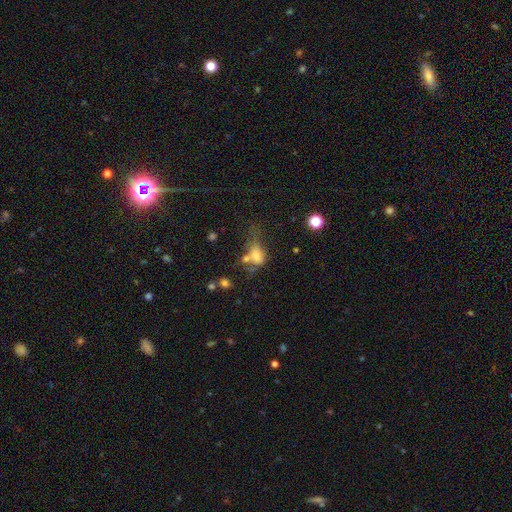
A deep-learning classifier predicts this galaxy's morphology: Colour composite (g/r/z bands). It shows a smooth galaxy with no disk features (68%) that is in between round and cigar-shaped (74%). Merging: major disturbance (29%).